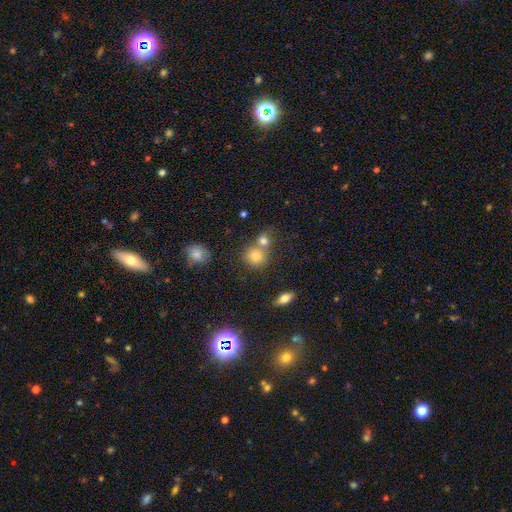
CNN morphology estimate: smooth 76%, star or artifact 14%, featured or disk 10%. Down the decision tree: how rounded — round (80%); merging — none (48%).